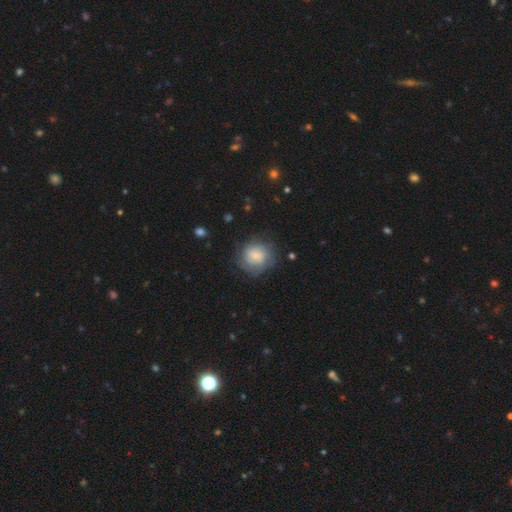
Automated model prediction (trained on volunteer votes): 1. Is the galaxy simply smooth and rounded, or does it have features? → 55% smooth, 37% featured or disk, 9% star or artifact.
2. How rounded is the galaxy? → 84% round, 15% in between, 1% cigar-shaped.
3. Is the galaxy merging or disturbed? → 70% none, 18% minor disturbance, 10% major disturbance, 1% merger.